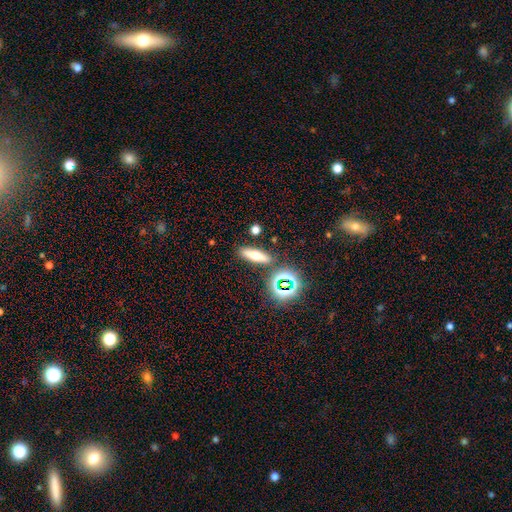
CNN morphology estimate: Smooth or featured? smooth (56%)
How rounded? cigar-shaped (54%)
Merging? none (83%)